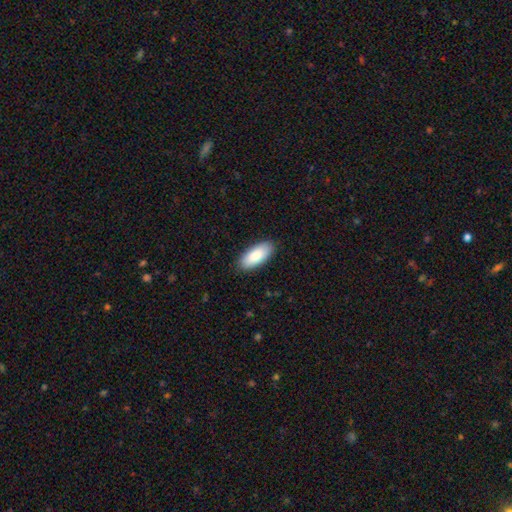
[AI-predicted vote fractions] A smooth galaxy with no disk features (86%) that is in between round and cigar-shaped (88%).

Vote fractions:
- Smooth or featured? smooth: 86% / featured or disk: 8% / star or artifact: 6%
- How rounded? in between: 88% / cigar-shaped: 10% / round: 2%
- Merging? none: 88% / minor disturbance: 9% / major disturbance: 2% / merger: 1%